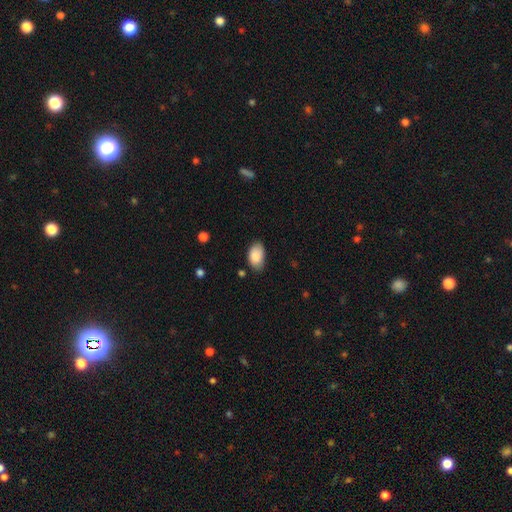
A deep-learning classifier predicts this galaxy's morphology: smooth 89%, star or artifact 7%, featured or disk 5%. Down the decision tree: how rounded — in between (92%); merging — none (75%).